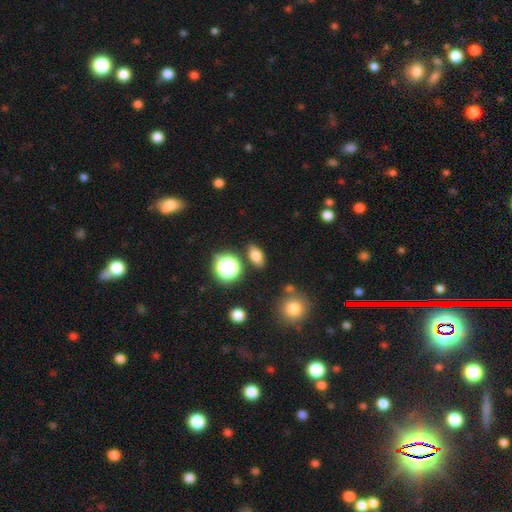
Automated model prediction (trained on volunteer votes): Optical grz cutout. It shows a smooth galaxy with no disk features (73%) that is in between round and cigar-shaped (78%). Merging: none (83%).